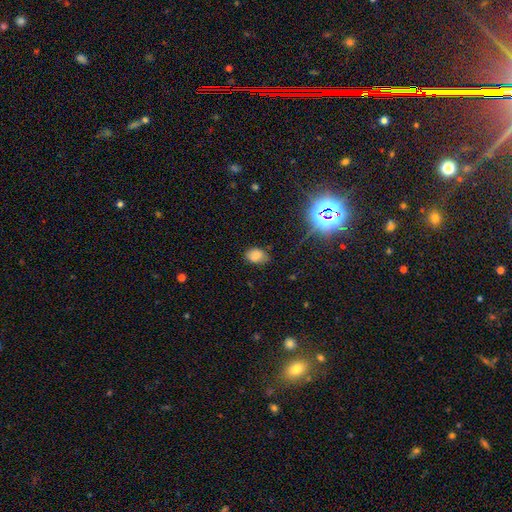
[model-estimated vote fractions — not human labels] Smooth or featured? smooth (79%)
How rounded? in between (79%)
Merging? none (75%)